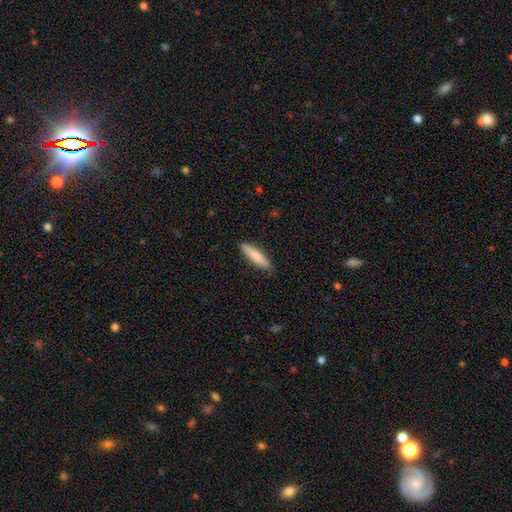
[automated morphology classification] Smooth or featured: smooth — 82% (featured or disk — 12%)
How rounded: cigar-shaped — 78% (in between — 20%)
Merging: none — 85% (minor disturbance — 12%)